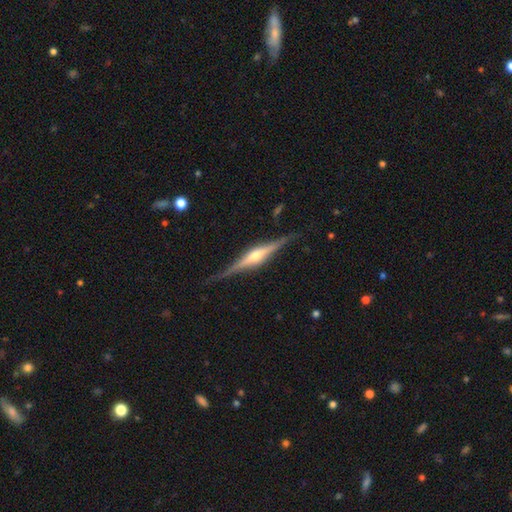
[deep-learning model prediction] This is clearly a featured or disk galaxy (84%). It is clearly viewed edge-on (98%). Edge-on bulge: clearly rounded (84%). Merging: clearly none (86%).